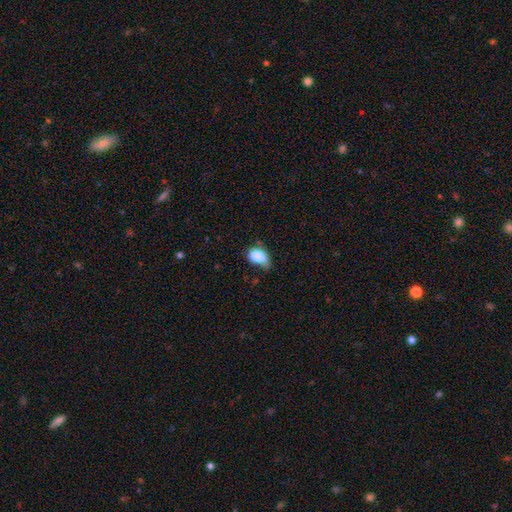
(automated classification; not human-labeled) This appears to be a smooth galaxy with no disk features (81%) that is in between round and cigar-shaped (75%). Merging: minor disturbance (43%).